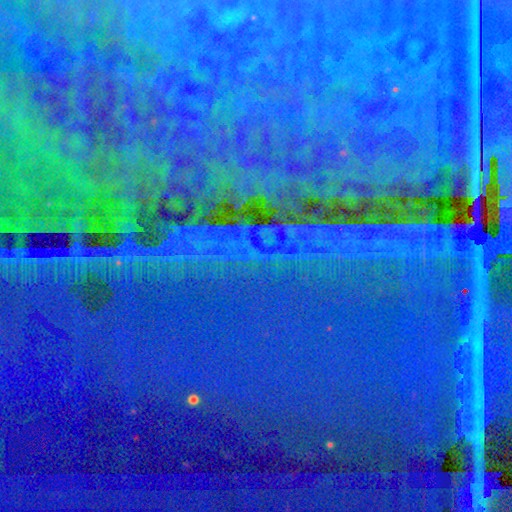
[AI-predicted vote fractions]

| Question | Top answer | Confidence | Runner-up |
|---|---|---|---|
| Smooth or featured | star or artifact | 86% | featured or disk (7%) |